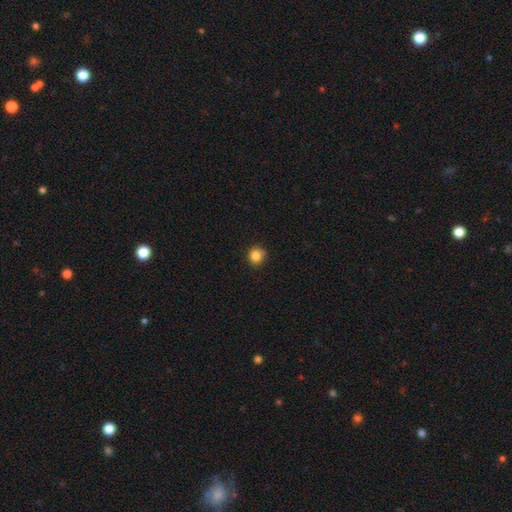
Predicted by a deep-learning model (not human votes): Q: Smooth or featured?
A: smooth (84%); runner-up: star or artifact (11%)
Q: How rounded?
A: round (89%); runner-up: in between (10%)
Q: Merging?
A: none (80%); runner-up: minor disturbance (16%)